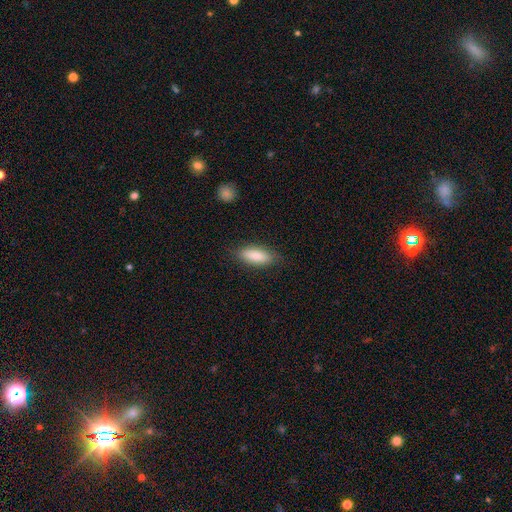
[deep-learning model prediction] Smooth or featured? smooth (85%)
How rounded? in between (72%)
Merging? none (82%)